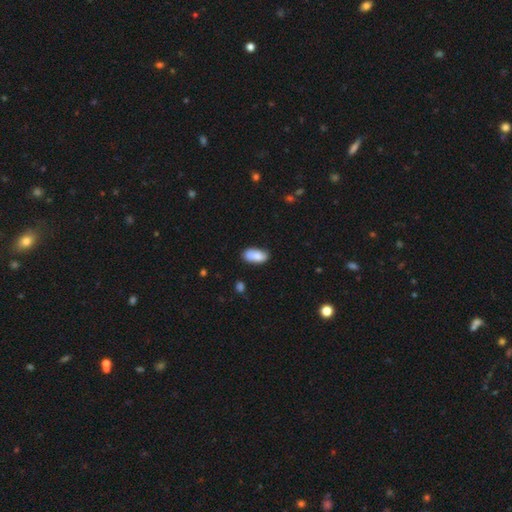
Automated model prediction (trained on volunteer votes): smooth 82%, featured or disk 12%, star or artifact 7%. Down the decision tree: how rounded — in between (92%); merging — none (73%).